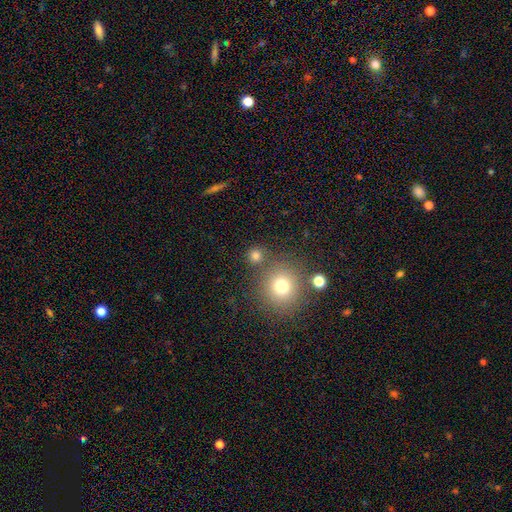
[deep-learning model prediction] Smooth or featured: smooth — 76% (star or artifact — 17%)
How rounded: round — 90% (in between — 8%)
Merging: none — 75% (merger — 13%)